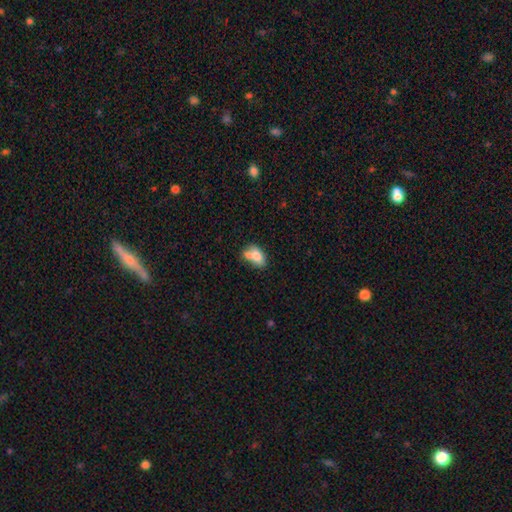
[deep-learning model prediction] Morphology: type=smooth (73%); roundness=in between (84%); merging=merger (37%).